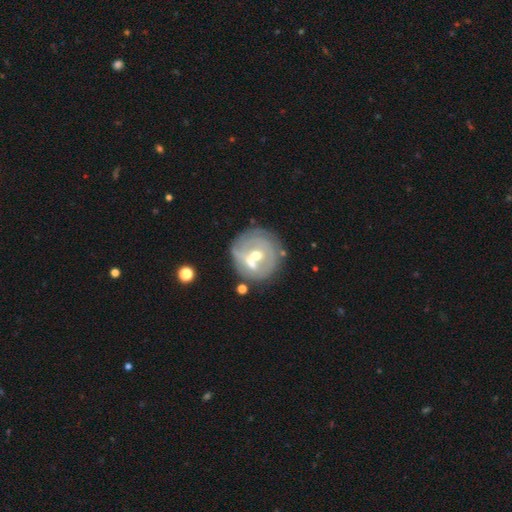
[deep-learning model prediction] featured or disk 62%, smooth 30%, star or artifact 8%. Down the decision tree: edge-on disk — no (96%); bar — no (56%); spiral arms — no (53%); bulge size — moderate (67%); merging — none (62%).